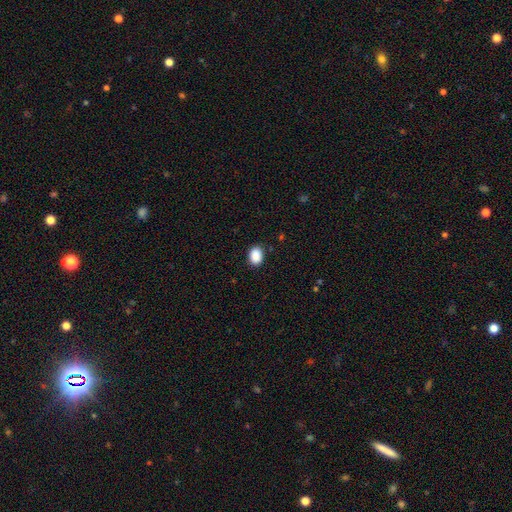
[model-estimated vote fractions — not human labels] Smooth or featured?
  - smooth: 90% *
  - star or artifact: 8%
  - featured or disk: 2%
How rounded?
  - in between: 70% *
  - round: 29%
  - cigar-shaped: 1%
Merging?
  - none: 88% *
  - minor disturbance: 9%
  - major disturbance: 2%
  - merger: 1%